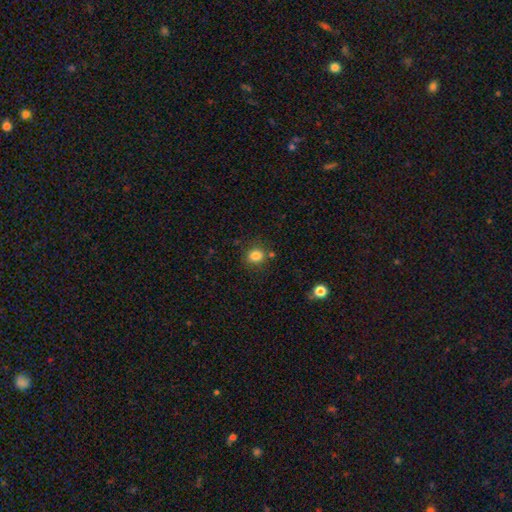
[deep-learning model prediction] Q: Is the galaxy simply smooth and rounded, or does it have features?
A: smooth — 84%.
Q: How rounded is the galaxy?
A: round — 73%.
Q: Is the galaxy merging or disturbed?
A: none — 79%.